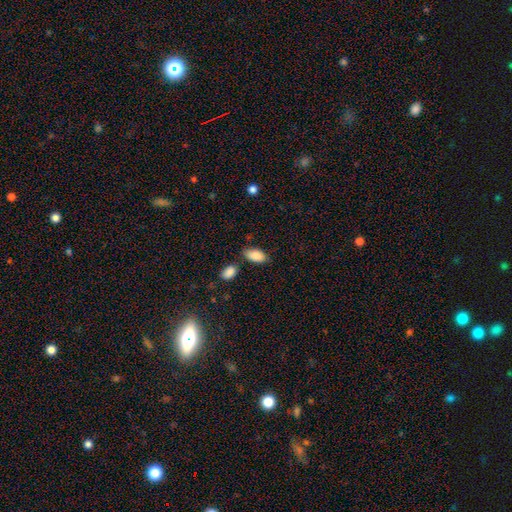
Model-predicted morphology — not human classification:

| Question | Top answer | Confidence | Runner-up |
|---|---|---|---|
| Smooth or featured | smooth | 89% | star or artifact (7%) |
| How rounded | in between | 94% | cigar-shaped (3%) |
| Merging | none | 71% | minor disturbance (16%) |